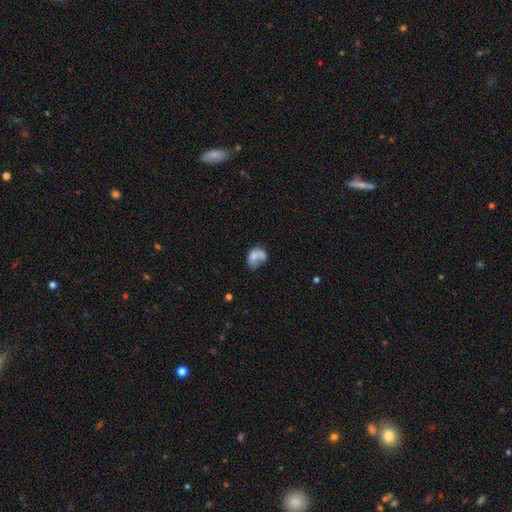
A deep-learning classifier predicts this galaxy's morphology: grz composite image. It shows a smooth galaxy with no disk features (62%) that is in between round and cigar-shaped (71%). Merging: merger (33%).